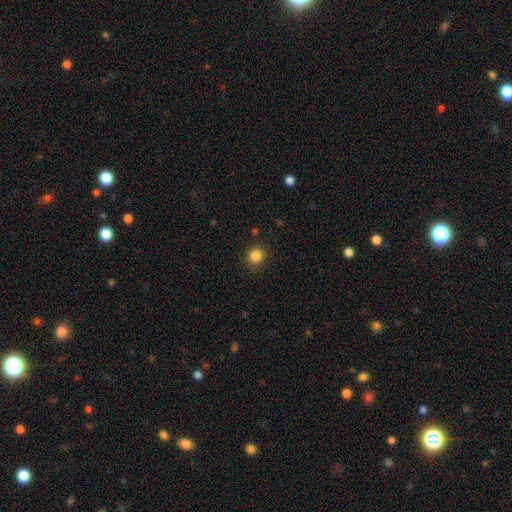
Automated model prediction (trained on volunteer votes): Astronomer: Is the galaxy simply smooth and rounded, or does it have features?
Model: smooth — 84%.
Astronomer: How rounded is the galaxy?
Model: round — 88%.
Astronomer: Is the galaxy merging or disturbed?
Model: none — 88%.